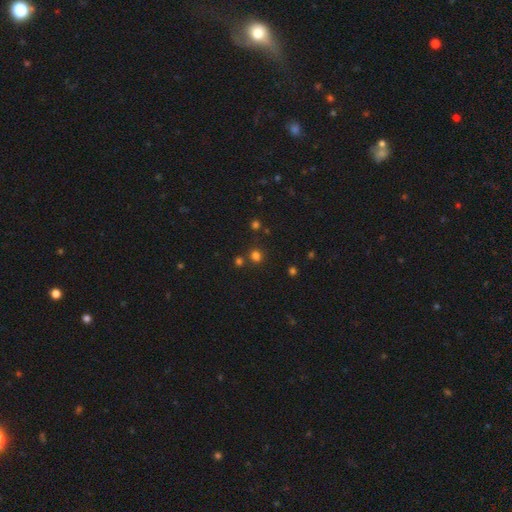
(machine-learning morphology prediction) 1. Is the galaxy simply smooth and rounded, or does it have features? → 73% smooth, 22% star or artifact, 5% featured or disk.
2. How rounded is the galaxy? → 83% round, 16% in between, 1% cigar-shaped.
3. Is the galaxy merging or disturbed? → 79% none, 10% merger, 8% minor disturbance, 3% major disturbance.